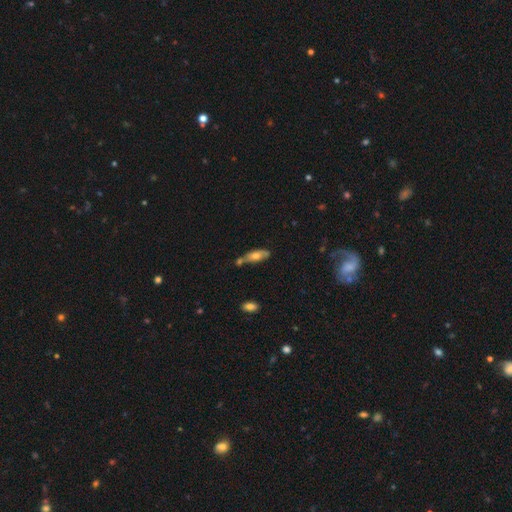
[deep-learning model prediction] This is possibly a smooth galaxy (55%). How rounded: likely in between (62%). Merging: possibly none (50%).